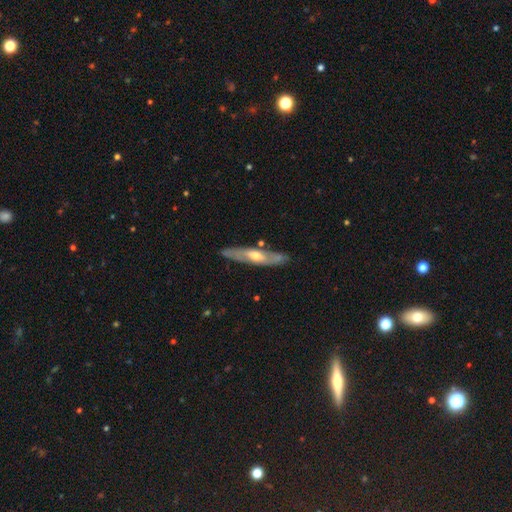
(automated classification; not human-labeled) Smooth or featured: featured or disk — 66% (smooth — 29%)
Edge-on disk: yes — 52% (no — 48%)
Merging: none — 79% (minor disturbance — 14%)